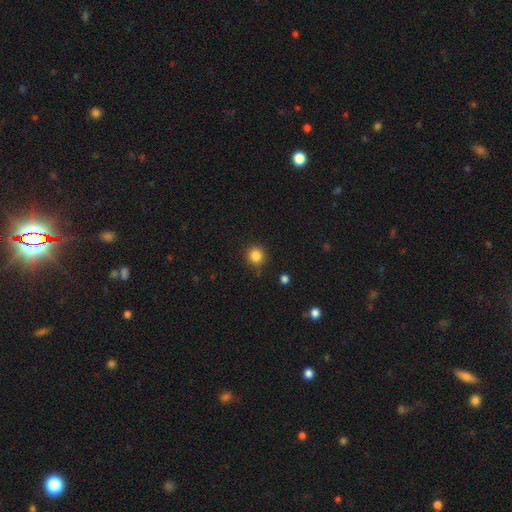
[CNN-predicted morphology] smooth_or_featured: smooth (p=0.85) [alt: star or artifact p=0.11]
how_rounded: round (p=0.92) [alt: in between p=0.07]
merging: none (p=0.85) [alt: minor disturbance p=0.10]